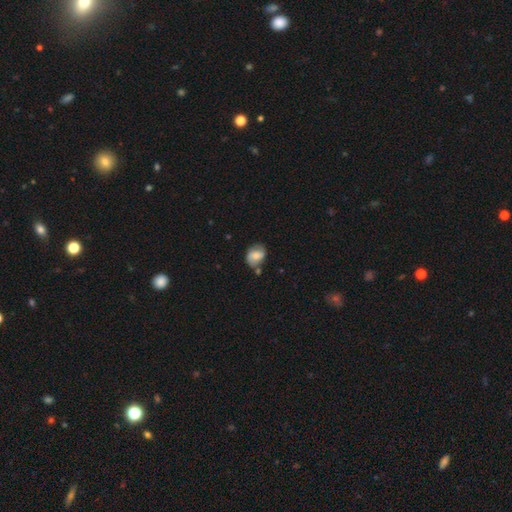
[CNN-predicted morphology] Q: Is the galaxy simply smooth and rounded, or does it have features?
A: smooth — 63%.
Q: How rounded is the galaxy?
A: in between — 57%.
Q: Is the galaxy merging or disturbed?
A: none — 60%.